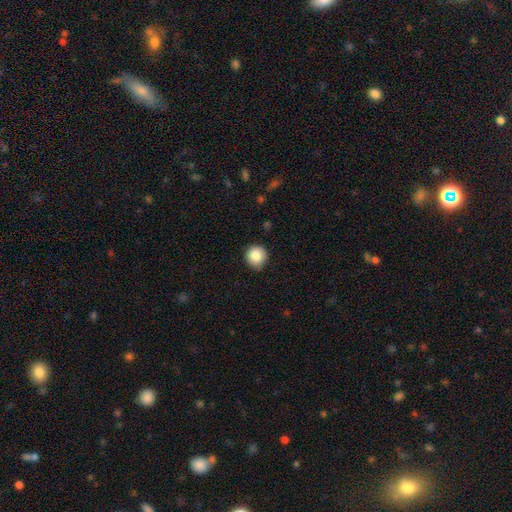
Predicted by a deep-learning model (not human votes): A smooth galaxy with no disk features (85%) that is round (92%). Merging: none (87%).